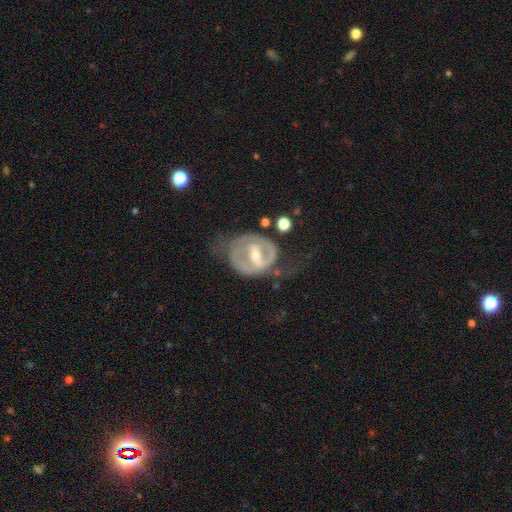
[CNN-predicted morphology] Smooth or featured? featured or disk (81%)
Edge-on disk? no (96%)
Bar? strong (50%)
Spiral arms? yes (75%)
Spiral winding? tight (43%)
Spiral arm count? 2 (67%)
Bulge size? moderate (52%)
Merging? none (45%)